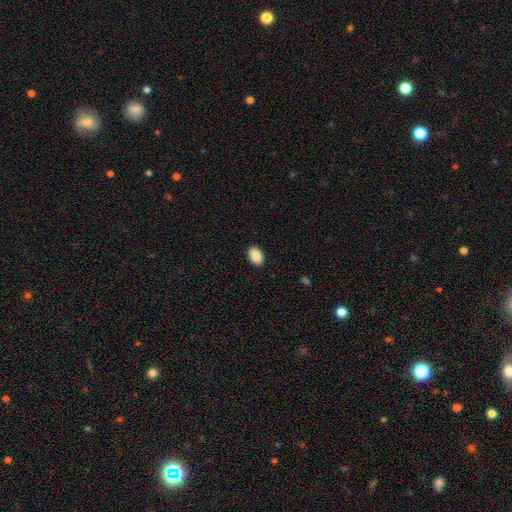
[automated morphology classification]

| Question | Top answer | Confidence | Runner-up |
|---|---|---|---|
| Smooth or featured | smooth | 88% | star or artifact (7%) |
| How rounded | in between | 87% | round (11%) |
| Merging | none | 90% | minor disturbance (7%) |